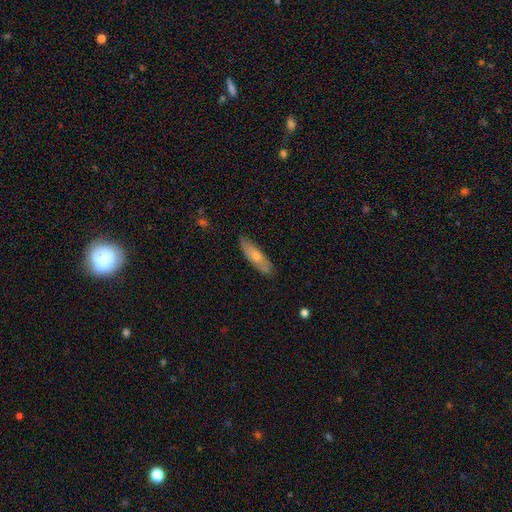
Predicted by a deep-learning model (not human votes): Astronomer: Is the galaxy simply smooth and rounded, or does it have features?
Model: smooth — 55% (runner-up: featured or disk, 39%).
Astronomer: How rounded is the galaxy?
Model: cigar-shaped — 60% (runner-up: in between, 38%).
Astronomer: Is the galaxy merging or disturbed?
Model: none — 85%.